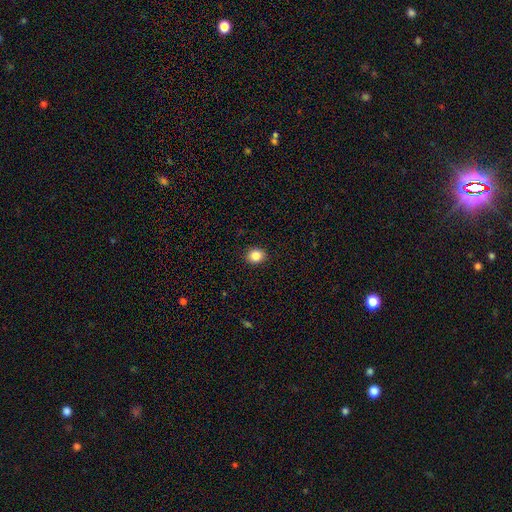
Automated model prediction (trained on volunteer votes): Overall: smooth (85%). How rounded: round (68%; in between 31%). Merging: none (91%).